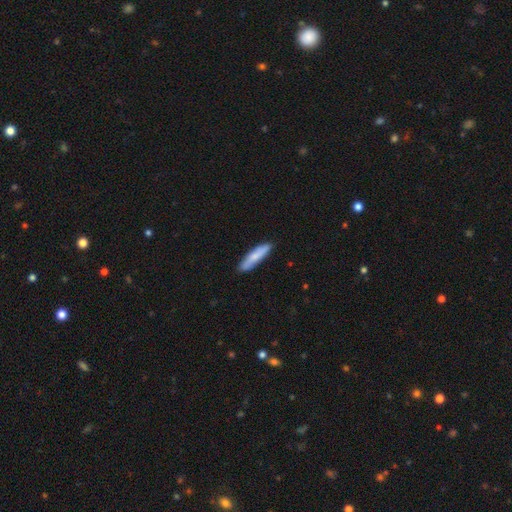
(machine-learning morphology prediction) This appears to be a smooth galaxy with no disk features (77%) that is cigar-shaped (81%). Merging: none (86%).